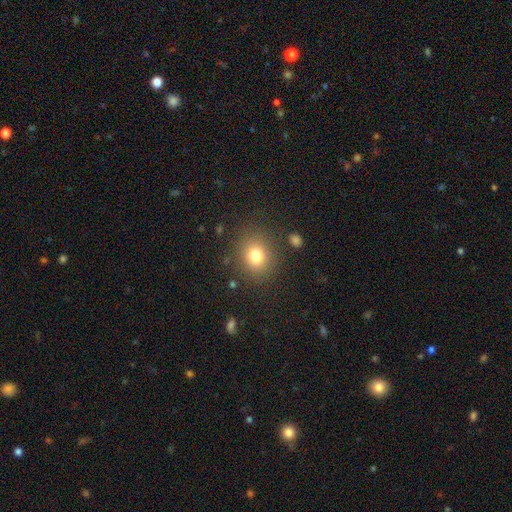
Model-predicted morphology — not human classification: Smooth or featured? Predicted: smooth (p=0.77). How rounded? Predicted: round (p=0.78). Merging? Predicted: none (p=0.84).